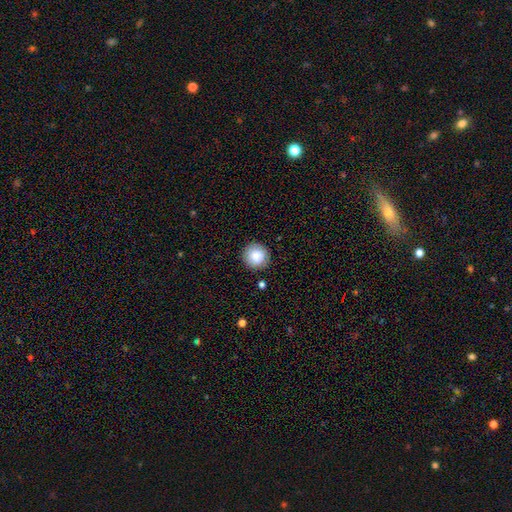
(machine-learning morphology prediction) Smooth or featured?
  - smooth: 85% *
  - star or artifact: 8%
  - featured or disk: 7%
How rounded?
  - round: 94% *
  - in between: 5%
  - cigar-shaped: 1%
Merging?
  - none: 89% *
  - minor disturbance: 7%
  - major disturbance: 2%
  - merger: 1%